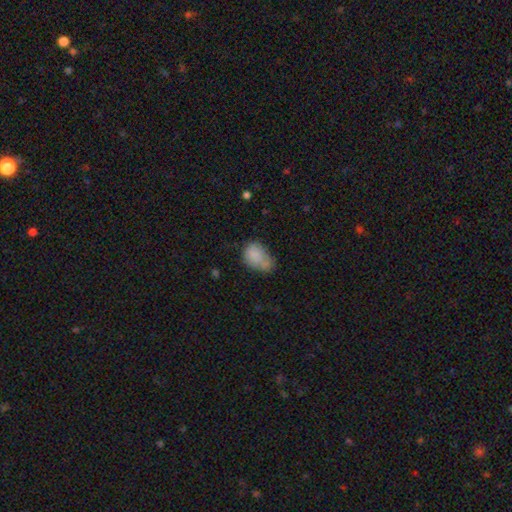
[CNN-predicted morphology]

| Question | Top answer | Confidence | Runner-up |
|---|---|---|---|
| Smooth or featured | smooth | 79% | featured or disk (12%) |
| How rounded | in between | 81% | round (18%) |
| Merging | none | 36% | minor disturbance (33%) |